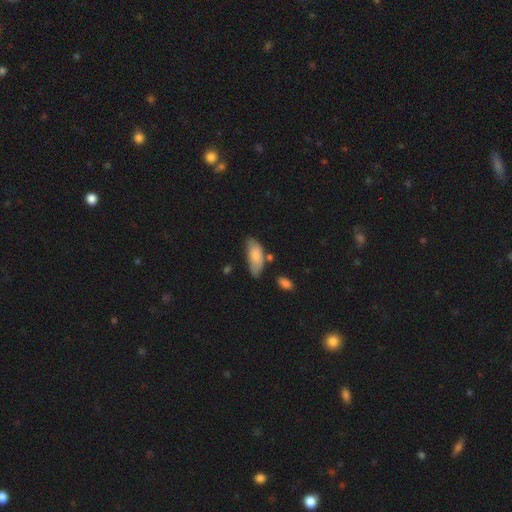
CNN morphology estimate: smooth 80%, featured or disk 14%, star or artifact 6%. Down the decision tree: how rounded — in between (86%); merging — none (56%).